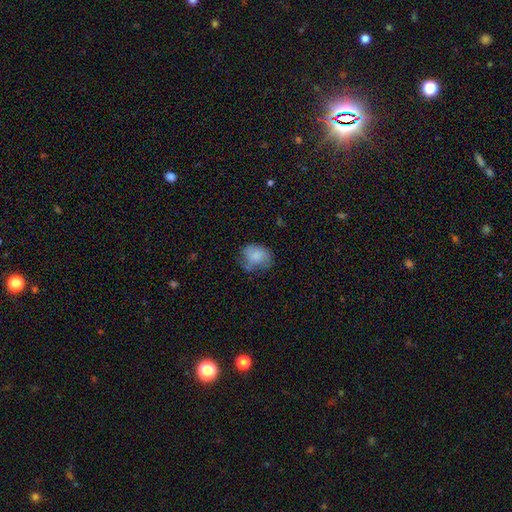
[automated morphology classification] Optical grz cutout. It shows a smooth galaxy with no disk features (75%) that is in between round and cigar-shaped (54%). Merging: none (49%).